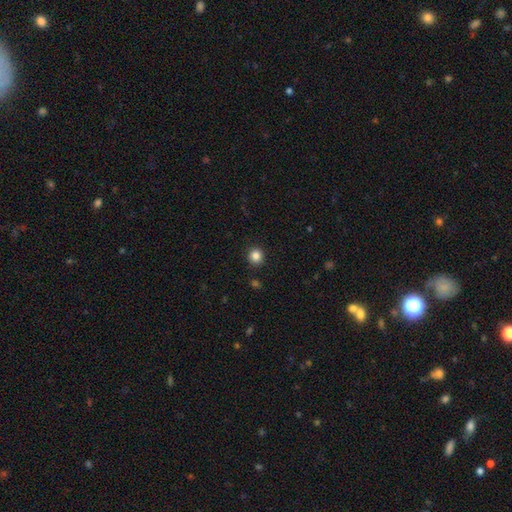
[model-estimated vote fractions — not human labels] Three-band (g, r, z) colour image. It shows a smooth galaxy with no disk features (85%) that is round (92%). Merging: none (92%).